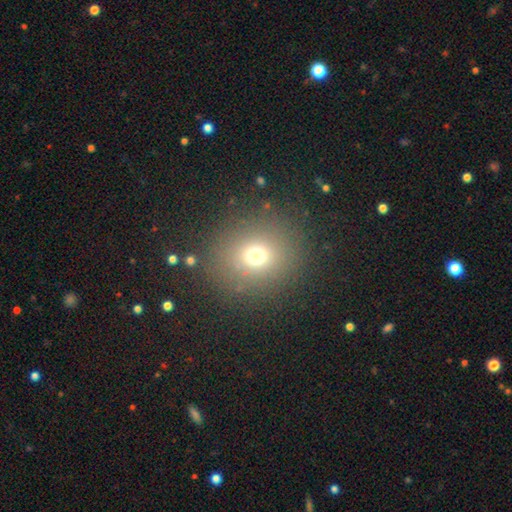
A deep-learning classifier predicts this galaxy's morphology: smooth 69%, star or artifact 20%, featured or disk 10%. Down the decision tree: how rounded — round (79%); merging — none (84%).